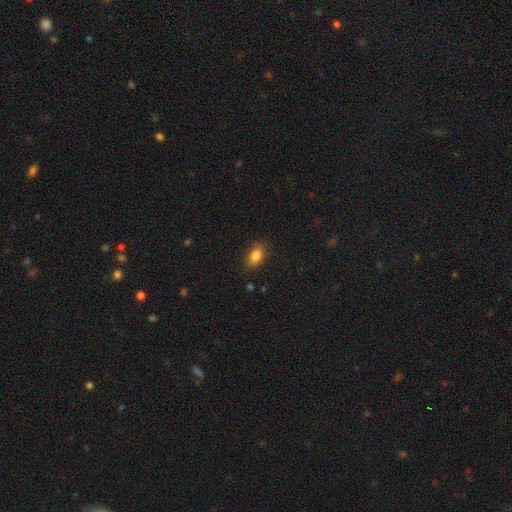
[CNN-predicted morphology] Smooth or featured? Predicted: smooth (p=0.85). How rounded? Predicted: in between (p=0.87). Merging? Predicted: none (p=0.82).